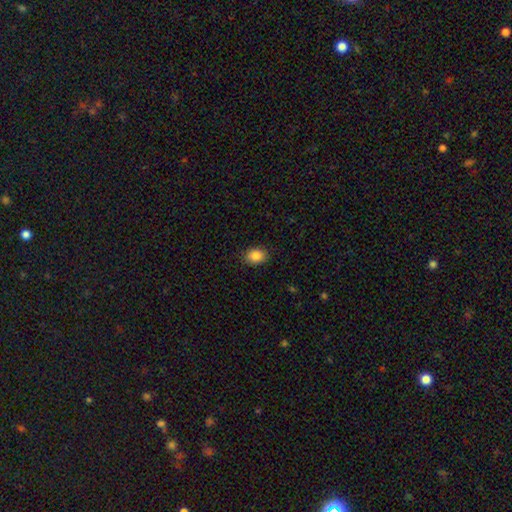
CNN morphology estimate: This appears to be a smooth galaxy with no disk features (87%) that is in between round and cigar-shaped (63%). Merging: none (88%).